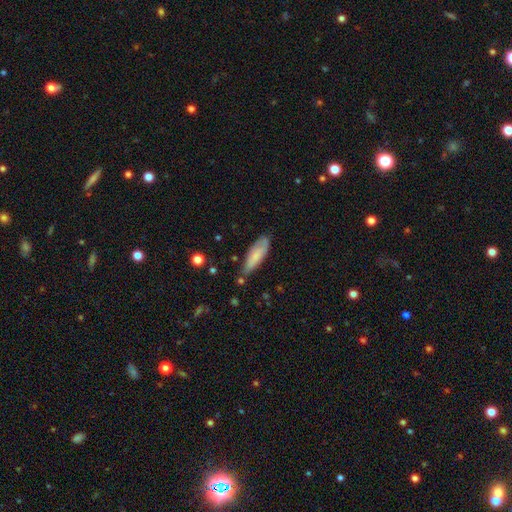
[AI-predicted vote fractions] The model was most divided on "how rounded": in between: 51%, cigar-shaped: 47%, round: 2%. More confident: smooth or featured — smooth (74%); merging — none (62%).